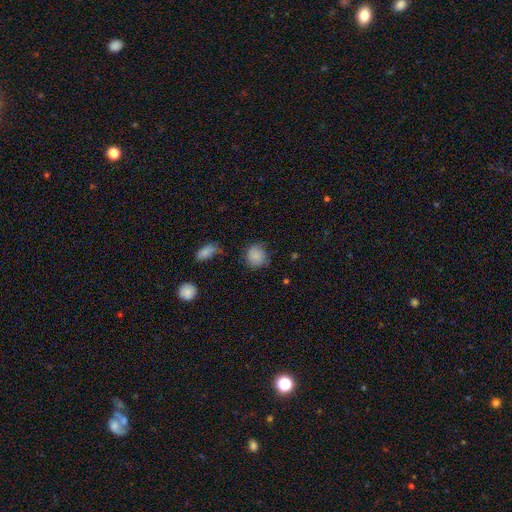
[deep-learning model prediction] smooth 83%, star or artifact 9%, featured or disk 8%. Down the decision tree: how rounded — round (82%); merging — none (66%).